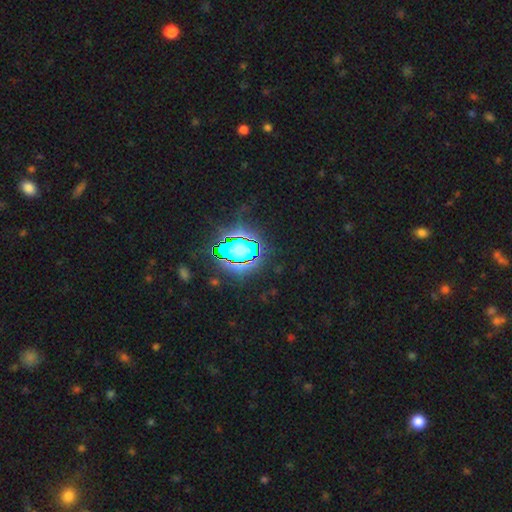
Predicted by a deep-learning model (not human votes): The model was most divided on "smooth or featured": star or artifact: 76%, smooth: 14%, featured or disk: 10%.